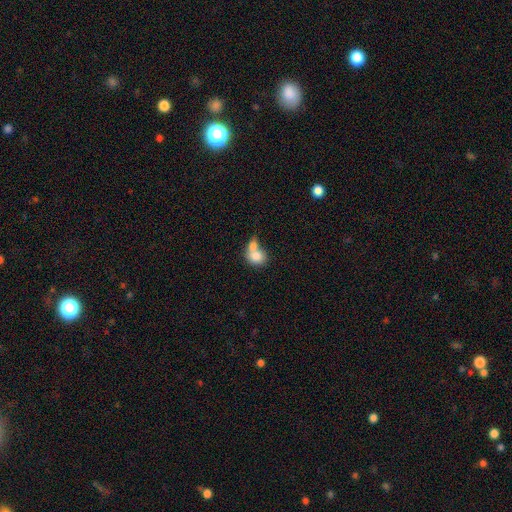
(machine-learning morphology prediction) This appears to be a smooth galaxy with no disk features (79%) that is round (56%). Merging: merger (66%).